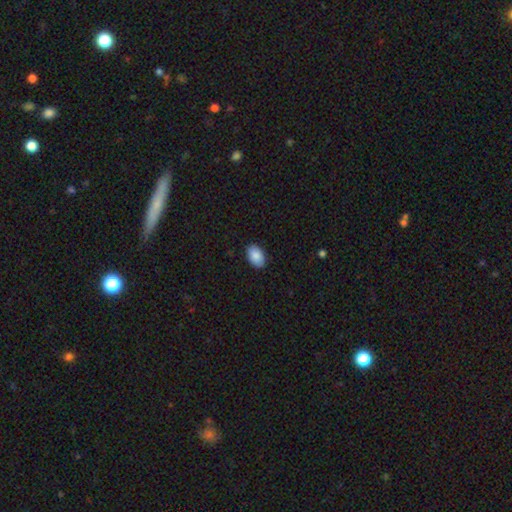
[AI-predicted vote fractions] Smooth or featured: smooth — 89% (star or artifact — 6%)
How rounded: in between — 91% (round — 8%)
Merging: none — 89% (minor disturbance — 8%)